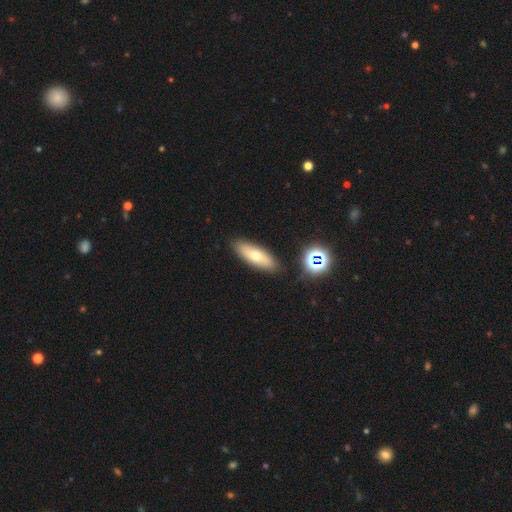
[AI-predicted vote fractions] The model was most divided on "how rounded": in between: 64%, cigar-shaped: 33%, round: 3%. More confident: merging — none (86%); smooth or featured — smooth (62%).